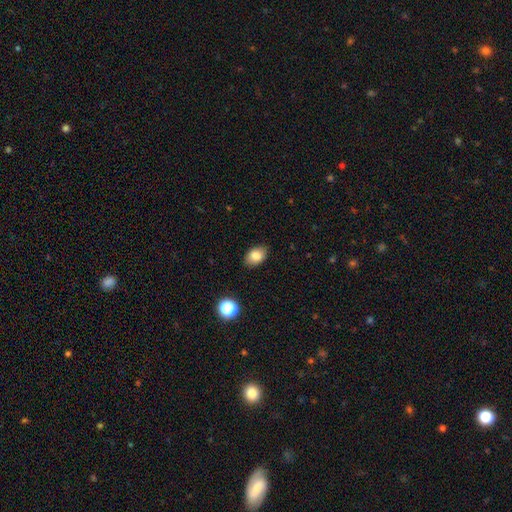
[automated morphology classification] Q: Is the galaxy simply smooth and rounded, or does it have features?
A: smooth — 82%.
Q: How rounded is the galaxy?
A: in between — 83%.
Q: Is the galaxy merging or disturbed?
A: none — 86%.